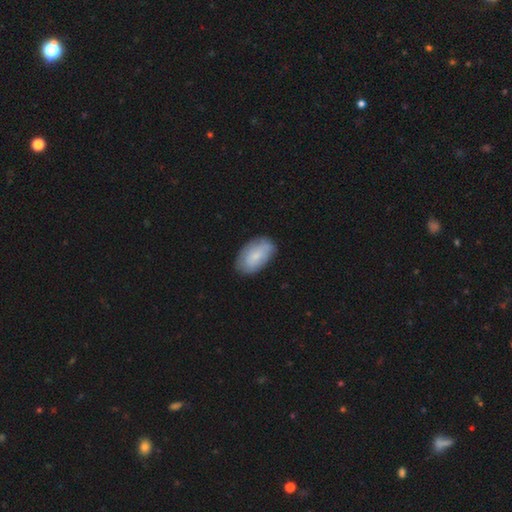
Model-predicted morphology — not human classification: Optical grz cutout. It shows a smooth galaxy with no disk features (68%) that is in between round and cigar-shaped (93%). Merging: none (75%).